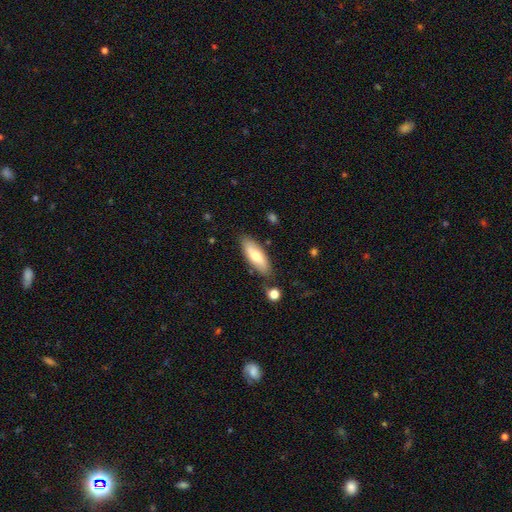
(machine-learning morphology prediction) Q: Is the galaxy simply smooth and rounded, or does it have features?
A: smooth — 65%.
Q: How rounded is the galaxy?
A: in between — 68%.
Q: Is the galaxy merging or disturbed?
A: none — 79%.